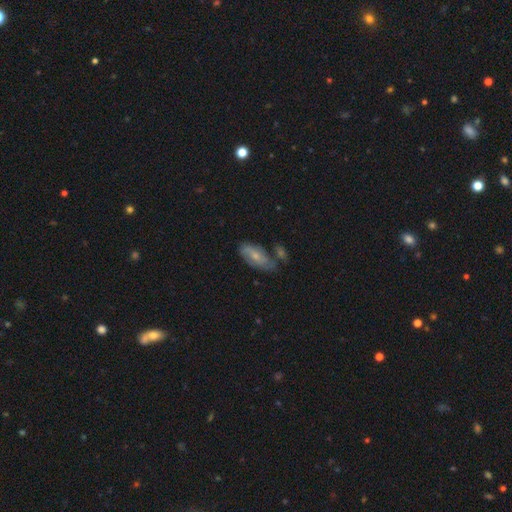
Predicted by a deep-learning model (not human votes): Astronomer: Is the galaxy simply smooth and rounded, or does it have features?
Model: smooth — 47% (runner-up: featured or disk, 45%).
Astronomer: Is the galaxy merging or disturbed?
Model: none — 52%.